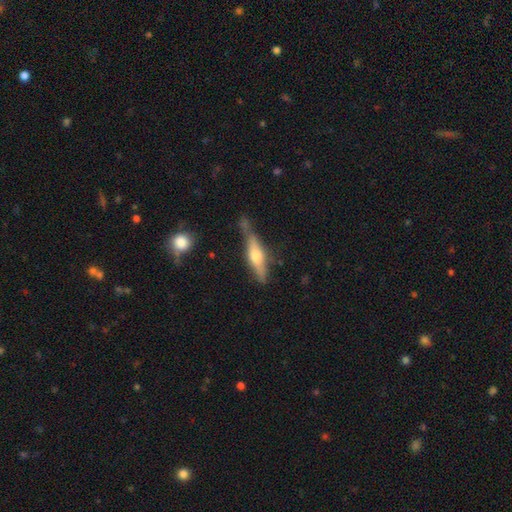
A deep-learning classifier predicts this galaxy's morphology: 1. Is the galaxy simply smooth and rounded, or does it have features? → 58% featured or disk, 35% smooth, 6% star or artifact.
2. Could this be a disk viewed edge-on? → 92% yes, 8% no.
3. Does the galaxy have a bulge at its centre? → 88% rounded, 8% boxy, 4% none.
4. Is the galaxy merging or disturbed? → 64% none, 22% minor disturbance, 7% merger, 7% major disturbance.